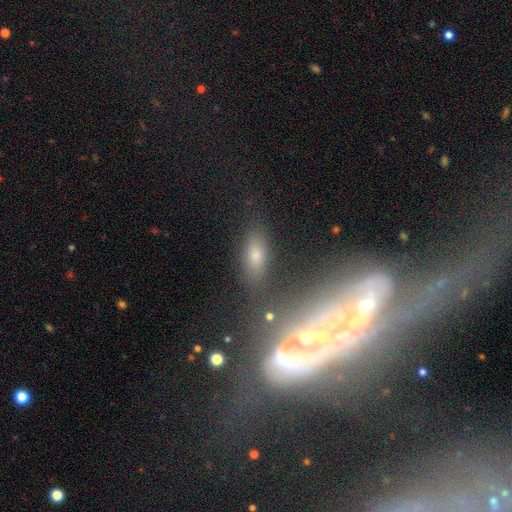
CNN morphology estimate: This is likely a smooth galaxy (66%). How rounded: likely in between (77%). Merging: likely none (77%).